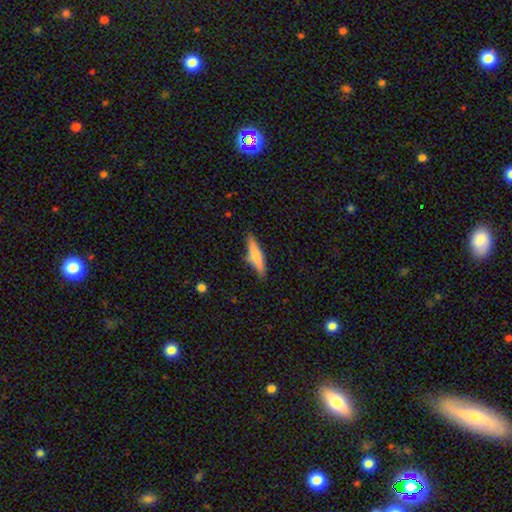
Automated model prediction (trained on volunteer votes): Smooth or featured? smooth (70%)
How rounded? cigar-shaped (75%)
Merging? none (79%)